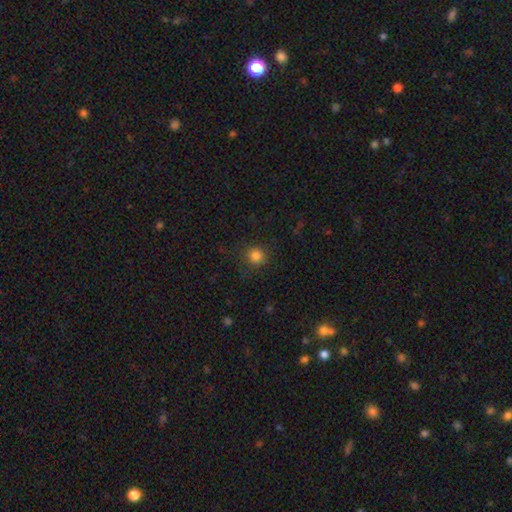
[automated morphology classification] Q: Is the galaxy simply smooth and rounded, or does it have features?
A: smooth — 83%.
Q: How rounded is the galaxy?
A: round — 92%.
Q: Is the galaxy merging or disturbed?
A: none — 86%.